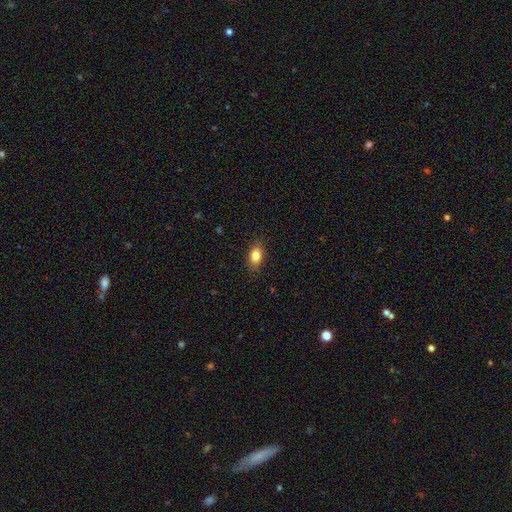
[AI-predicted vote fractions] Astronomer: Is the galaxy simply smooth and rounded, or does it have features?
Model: smooth — 82%.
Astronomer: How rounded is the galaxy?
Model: in between — 83%.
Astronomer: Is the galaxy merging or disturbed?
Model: none — 86%.